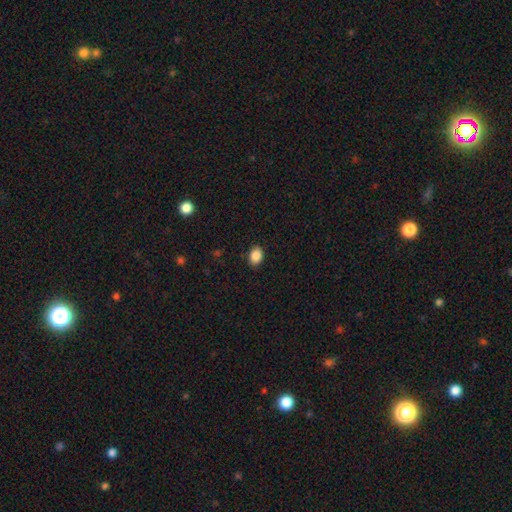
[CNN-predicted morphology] This appears to be a smooth galaxy with no disk features (88%) that is in between round and cigar-shaped (66%). Merging: none (89%).